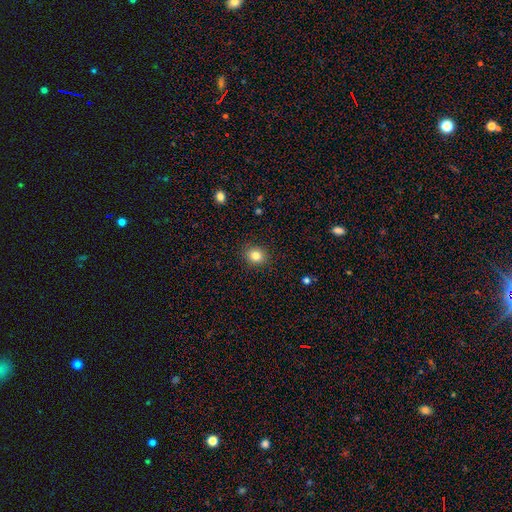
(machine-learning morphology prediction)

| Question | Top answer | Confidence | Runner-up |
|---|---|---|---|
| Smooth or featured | smooth | 83% | star or artifact (11%) |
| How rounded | round | 73% | in between (26%) |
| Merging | none | 89% | minor disturbance (8%) |